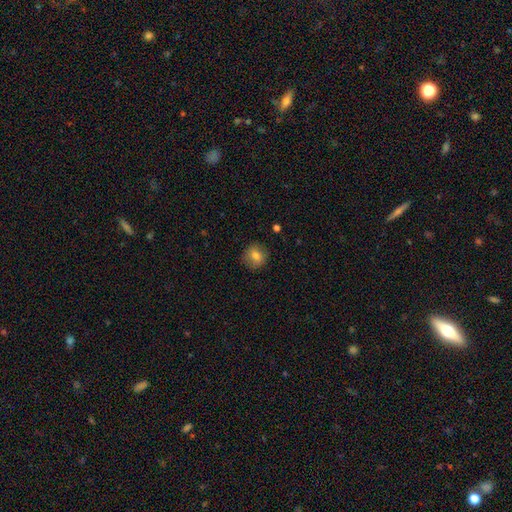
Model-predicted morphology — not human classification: Q: Smooth or featured?
A: smooth (77%); runner-up: featured or disk (13%)
Q: How rounded?
A: round (85%); runner-up: in between (14%)
Q: Merging?
A: none (86%); runner-up: minor disturbance (10%)